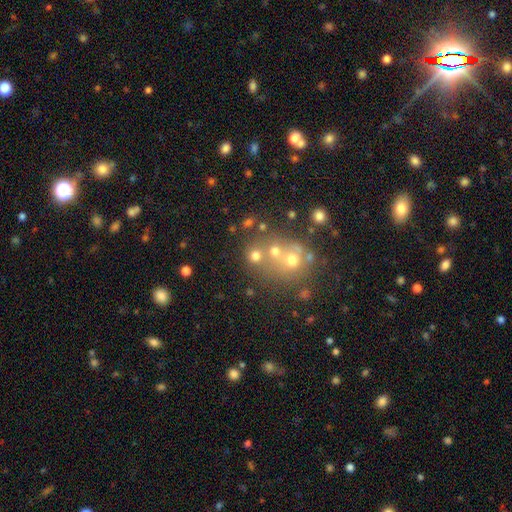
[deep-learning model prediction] Morphology: type=smooth (63%); roundness=round (81%); merging=none (54%).